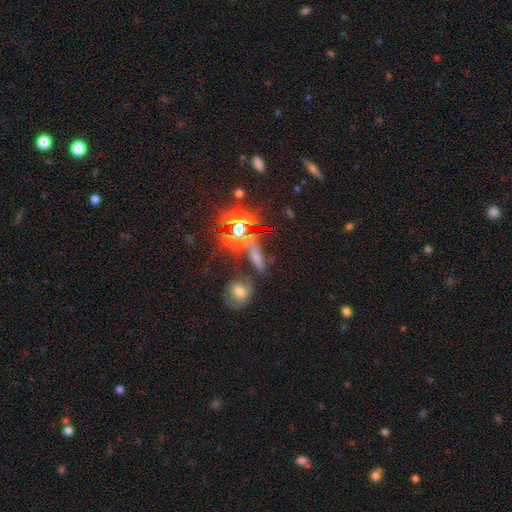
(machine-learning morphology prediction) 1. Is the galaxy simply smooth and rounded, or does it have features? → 47% star or artifact, 35% smooth, 18% featured or disk.